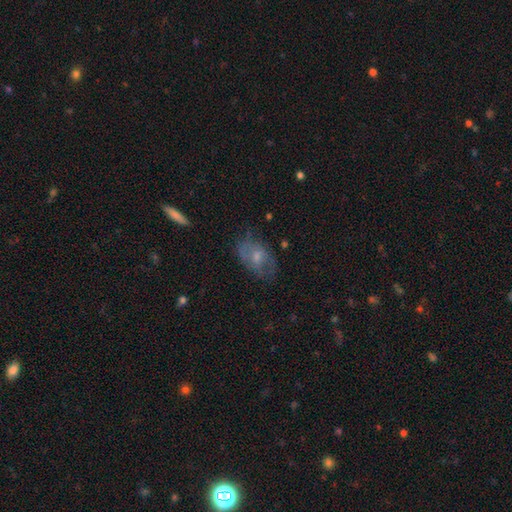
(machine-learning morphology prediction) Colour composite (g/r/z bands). It shows a featured or disk galaxy (46%). Merging: none (62%).